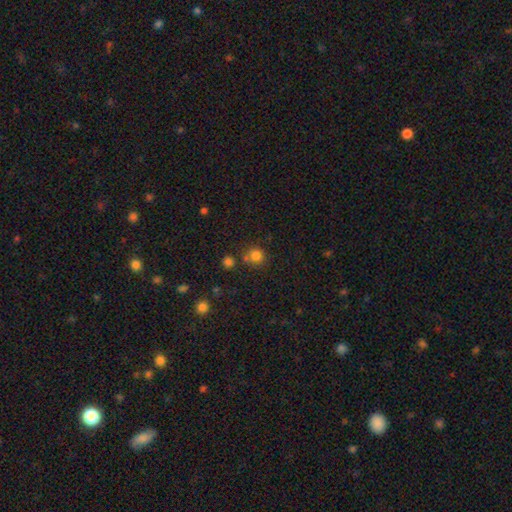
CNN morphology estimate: type=smooth (79%); roundness=round (86%); merging=none (66%).